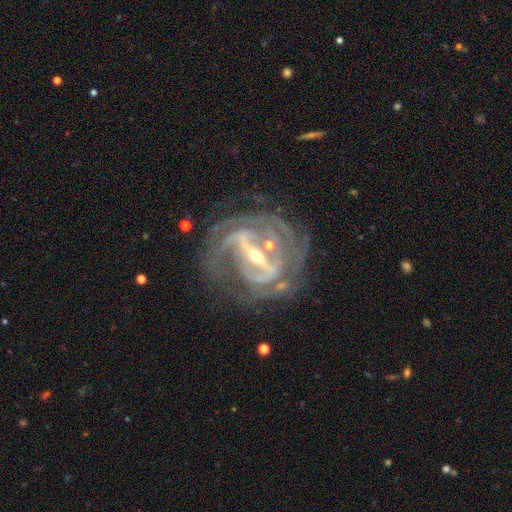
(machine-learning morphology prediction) type=featured or disk (90%); edge-on=no (91%); bar=strong (81%); spiral arms=yes (94%); winding=tight (59%); arm count=can't tell (27%); bulge=small (60%); merging=none (67%).